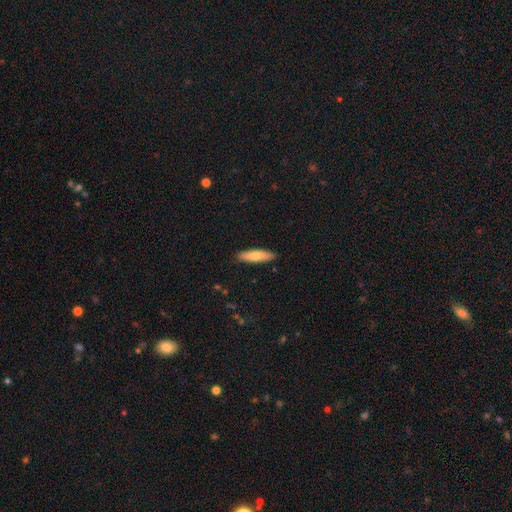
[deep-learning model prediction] This appears to be a smooth galaxy with no disk features (73%) that is cigar-shaped (71%). Merging: none (90%).